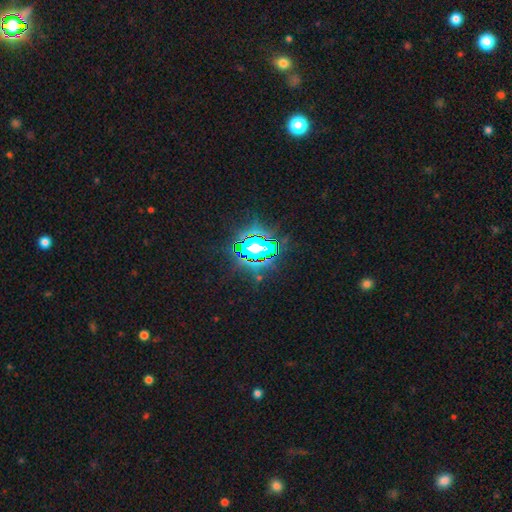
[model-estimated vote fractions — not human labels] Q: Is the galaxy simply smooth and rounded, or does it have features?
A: star or artifact — 81%.